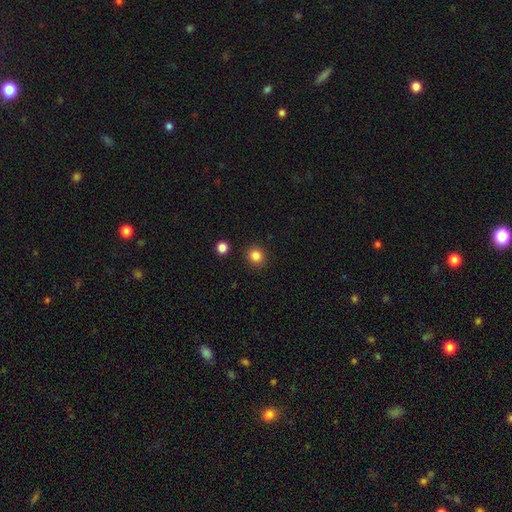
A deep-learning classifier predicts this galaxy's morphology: type=smooth (85%); roundness=round (85%); merging=none (90%).